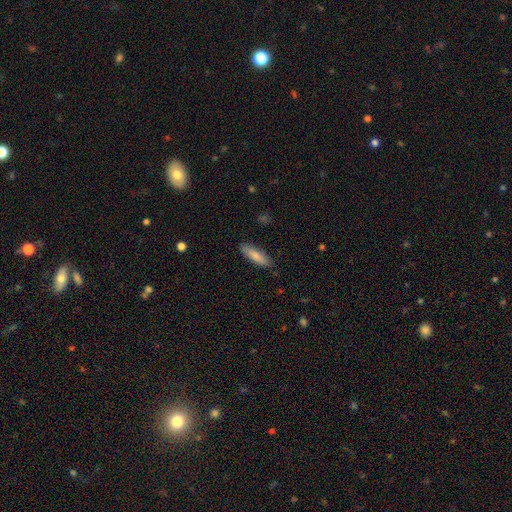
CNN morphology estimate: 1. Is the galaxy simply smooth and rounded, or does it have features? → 83% smooth, 12% featured or disk, 6% star or artifact.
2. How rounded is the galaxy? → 60% cigar-shaped, 38% in between, 1% round.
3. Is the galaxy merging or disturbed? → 86% none, 10% minor disturbance, 2% major disturbance, 1% merger.